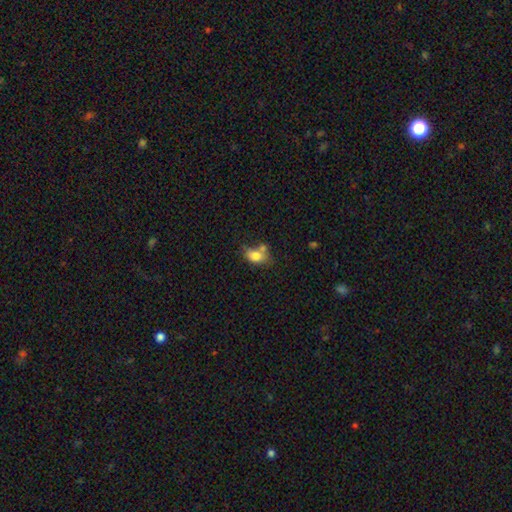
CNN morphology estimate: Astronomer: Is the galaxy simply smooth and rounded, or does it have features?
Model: smooth — 78%.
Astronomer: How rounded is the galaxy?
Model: in between — 75%.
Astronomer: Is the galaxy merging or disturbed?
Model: none — 41% (runner-up: merger, 32%).